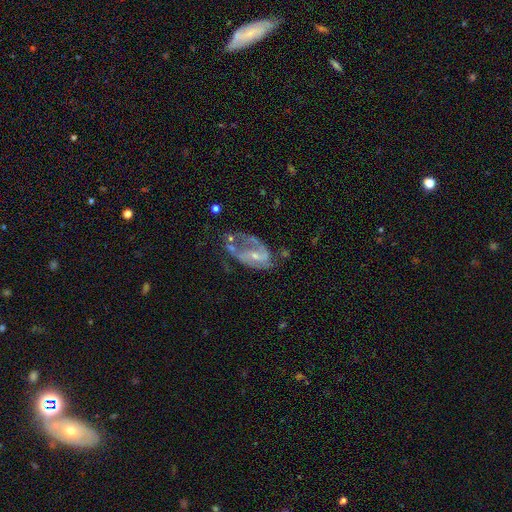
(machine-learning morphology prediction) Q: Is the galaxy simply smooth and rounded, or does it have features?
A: featured or disk — 81%.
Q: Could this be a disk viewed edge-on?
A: no — 97%.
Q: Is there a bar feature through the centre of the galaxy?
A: weak — 42%, tied with no.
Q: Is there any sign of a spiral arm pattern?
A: yes — 84%.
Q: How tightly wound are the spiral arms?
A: medium — 45%.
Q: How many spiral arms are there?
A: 2 — 58%.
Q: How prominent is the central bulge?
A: small — 63%.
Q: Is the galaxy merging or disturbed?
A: none — 35%.